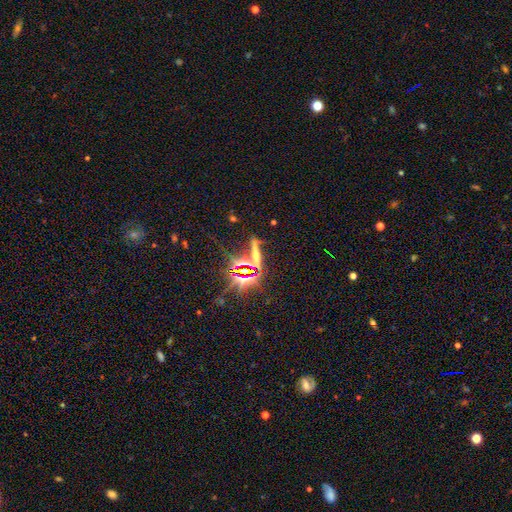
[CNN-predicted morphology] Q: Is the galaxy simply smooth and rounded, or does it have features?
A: star or artifact — 48%.